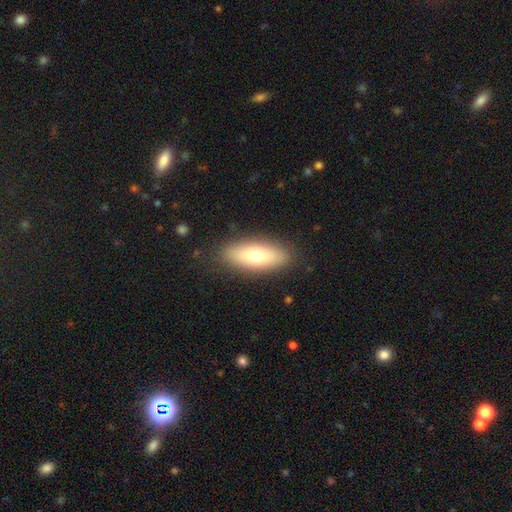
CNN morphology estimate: Smooth or featured: smooth — 71% (featured or disk — 22%)
How rounded: in between — 71% (cigar-shaped — 26%)
Merging: none — 86% (minor disturbance — 10%)